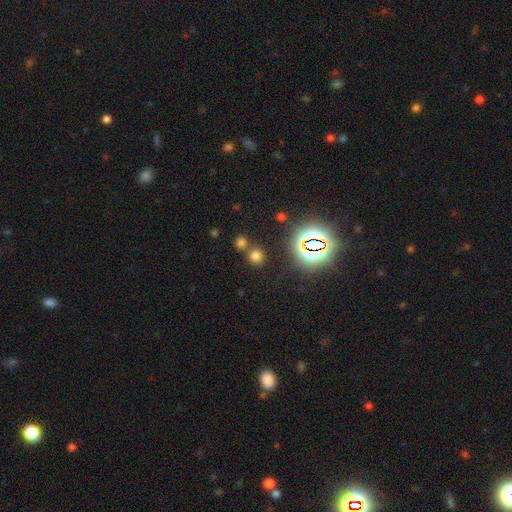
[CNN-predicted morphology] Smooth or featured?
  - smooth: 64% *
  - star or artifact: 30%
  - featured or disk: 6%
How rounded?
  - round: 88% *
  - in between: 11%
  - cigar-shaped: 1%
Merging?
  - none: 68% *
  - merger: 22%
  - minor disturbance: 7%
  - major disturbance: 3%